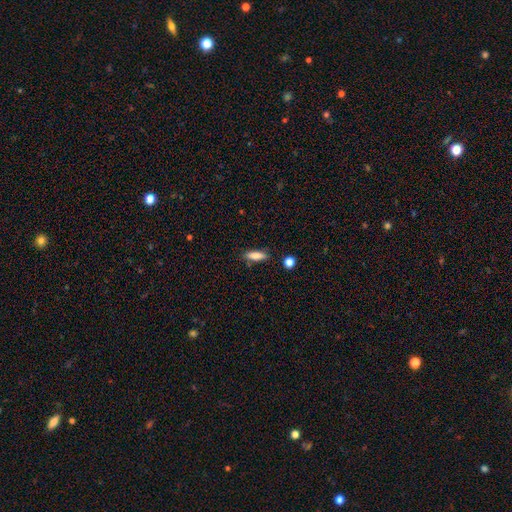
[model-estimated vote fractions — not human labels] A smooth galaxy with no disk features (83%) that is cigar-shaped (51%). Merging: none (83%).